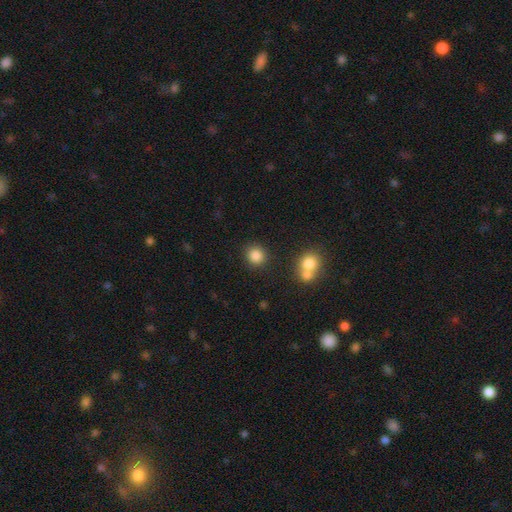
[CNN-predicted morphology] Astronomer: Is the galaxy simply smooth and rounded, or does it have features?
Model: smooth — 85%.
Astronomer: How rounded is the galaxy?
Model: round — 86%.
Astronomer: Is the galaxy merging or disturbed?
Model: none — 84%.